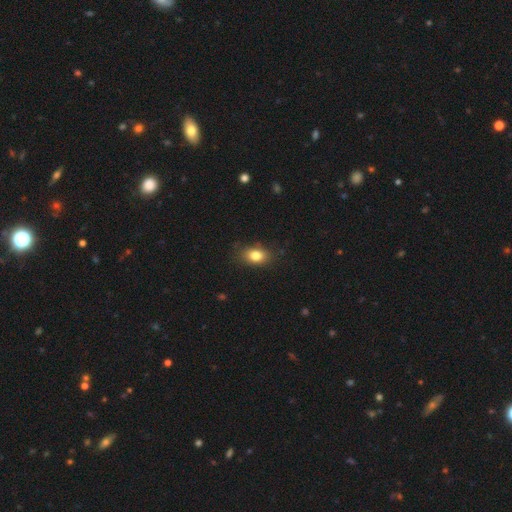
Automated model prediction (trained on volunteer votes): Q: Smooth or featured?
A: smooth (82%); runner-up: star or artifact (9%)
Q: How rounded?
A: in between (79%); runner-up: round (19%)
Q: Merging?
A: none (81%); runner-up: minor disturbance (14%)